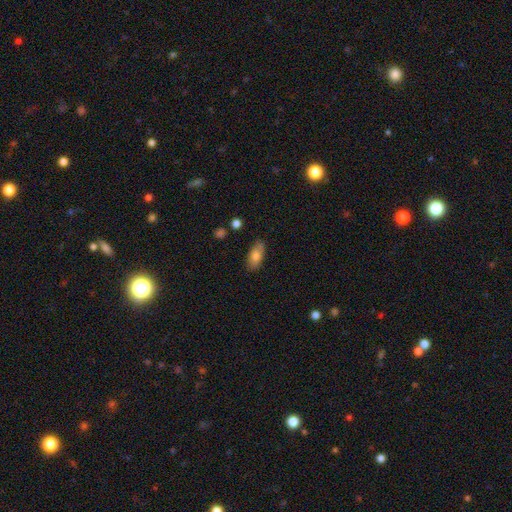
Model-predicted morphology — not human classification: This is likely a smooth galaxy (78%). How rounded: clearly in between (85%). Merging: clearly none (81%).